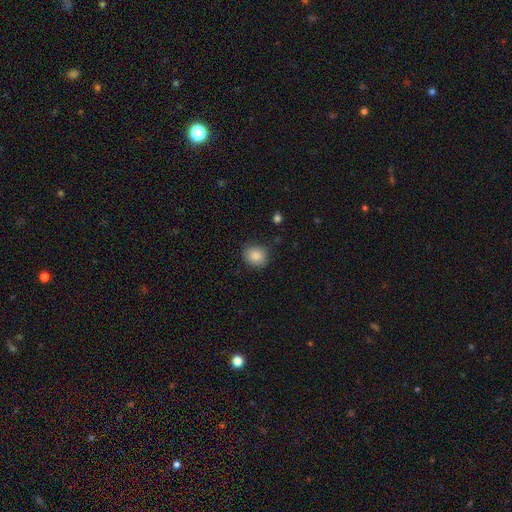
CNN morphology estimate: This appears to be a smooth galaxy with no disk features (87%) that is round (72%). Merging: none (83%).